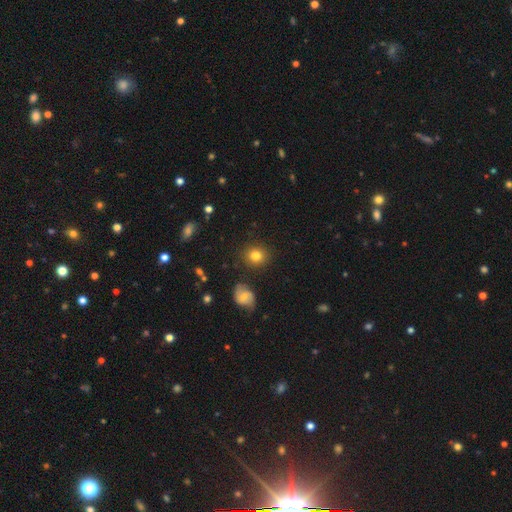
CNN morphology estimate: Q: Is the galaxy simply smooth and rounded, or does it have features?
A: smooth — 81%.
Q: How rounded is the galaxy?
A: round — 79%.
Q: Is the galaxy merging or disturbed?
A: none — 85%.